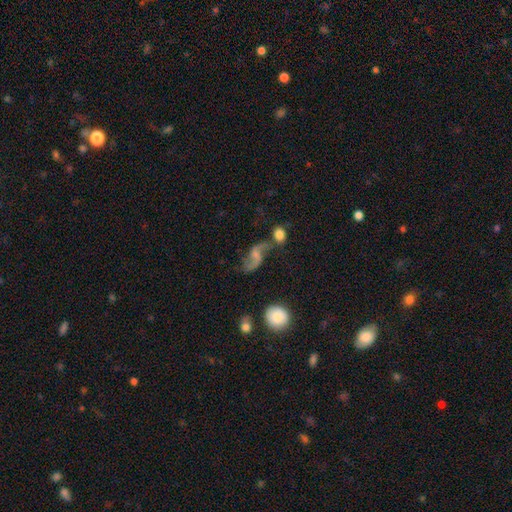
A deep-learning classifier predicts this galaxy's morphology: Smooth or featured? featured or disk (77%)
Edge-on disk? no (97%)
Bar? no (46%)
Spiral arms? yes (94%)
Spiral winding? loose (85%)
Spiral arm count? 2 (92%)
Bulge size? small (39%)
Merging? none (54%)